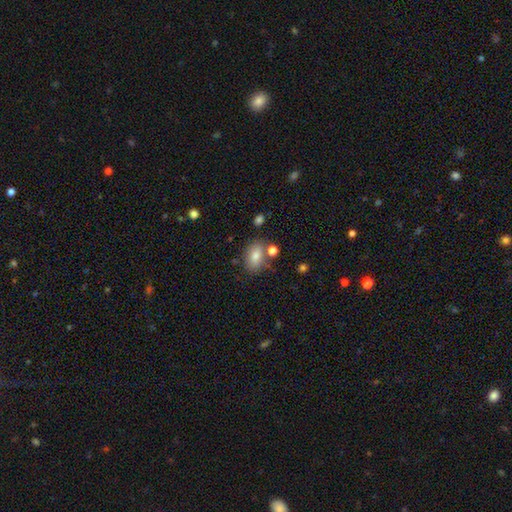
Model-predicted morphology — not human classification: smooth_or_featured: smooth (p=0.78) [alt: featured or disk p=0.11]
how_rounded: in between (p=0.81) [alt: round p=0.17]
merging: none (p=0.73) [alt: minor disturbance p=0.13]